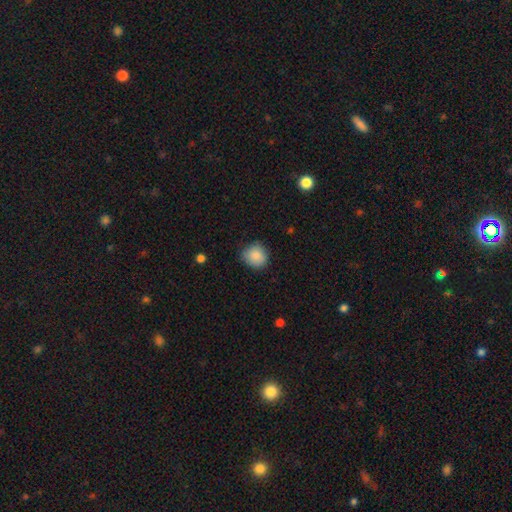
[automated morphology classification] A smooth galaxy with no disk features (87%) that is round (80%).

Vote fractions:
- Smooth or featured? smooth: 87% / star or artifact: 8% / featured or disk: 5%
- How rounded? round: 80% / in between: 20% / cigar-shaped: 1%
- Merging? none: 77% / minor disturbance: 19% / major disturbance: 3% / merger: 1%